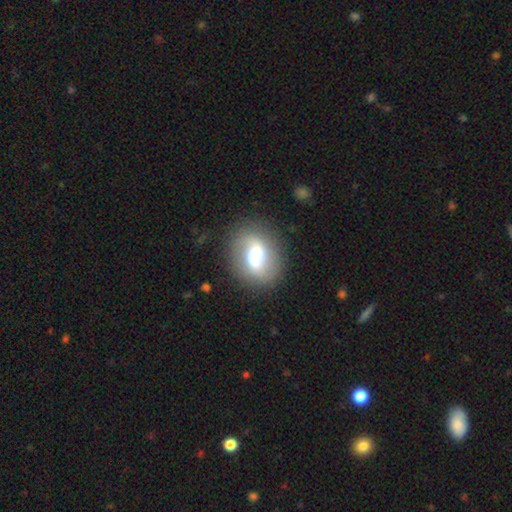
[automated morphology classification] Smooth or featured? Predicted: featured or disk (p=0.46). Merging? Predicted: none (p=0.83).